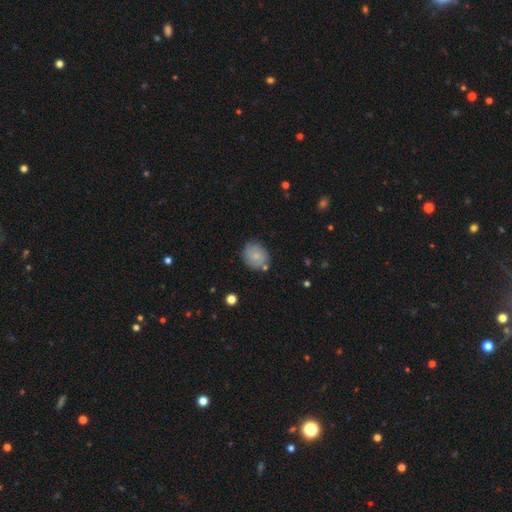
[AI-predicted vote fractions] The model was most divided on "smooth or featured": smooth: 69%, featured or disk: 23%, star or artifact: 8%. More confident: merging — none (77%); how rounded — round (77%).